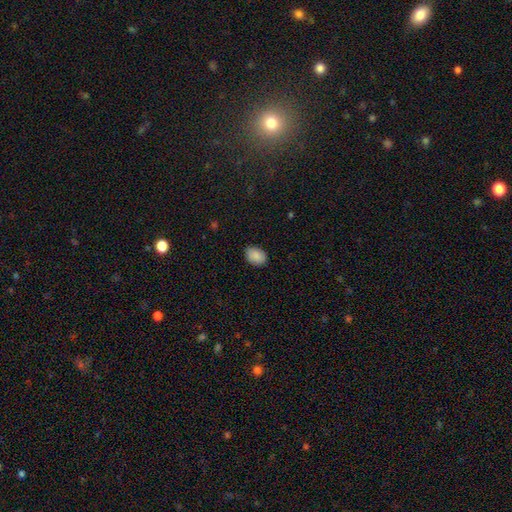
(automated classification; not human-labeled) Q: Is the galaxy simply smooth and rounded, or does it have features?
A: smooth — 88%.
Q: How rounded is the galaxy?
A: in between — 69%.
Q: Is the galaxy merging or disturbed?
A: none — 85%.